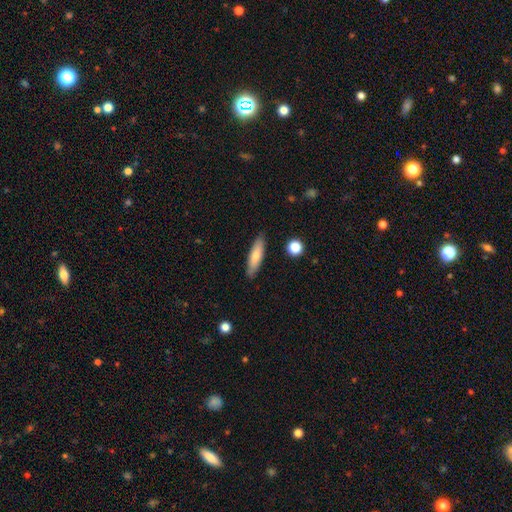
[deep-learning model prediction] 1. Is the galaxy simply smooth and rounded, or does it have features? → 74% smooth, 20% featured or disk, 6% star or artifact.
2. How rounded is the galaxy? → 65% cigar-shaped, 34% in between, 2% round.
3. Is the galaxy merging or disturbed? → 86% none, 11% minor disturbance, 2% major disturbance, 2% merger.